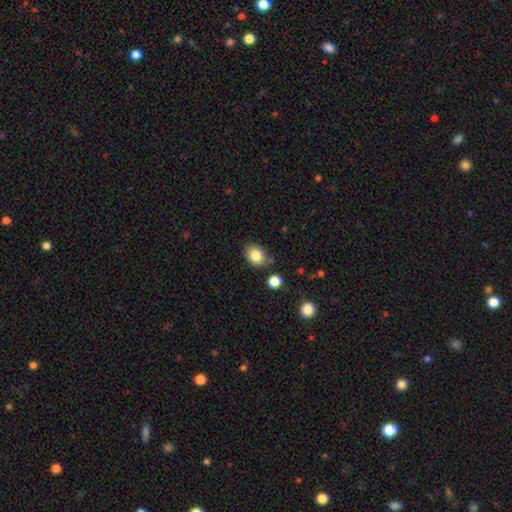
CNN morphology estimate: Overall: smooth (83%). How rounded: in between (57%; round 42%). Merging: none (74%).